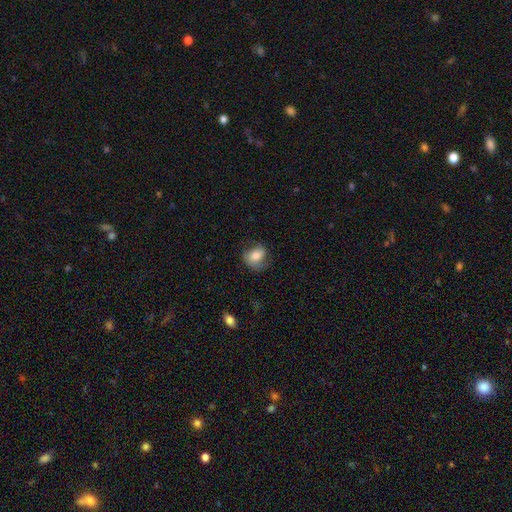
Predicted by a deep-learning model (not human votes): This is likely a smooth galaxy (67%). How rounded: possibly in between (57%). Merging: possibly none (58%).